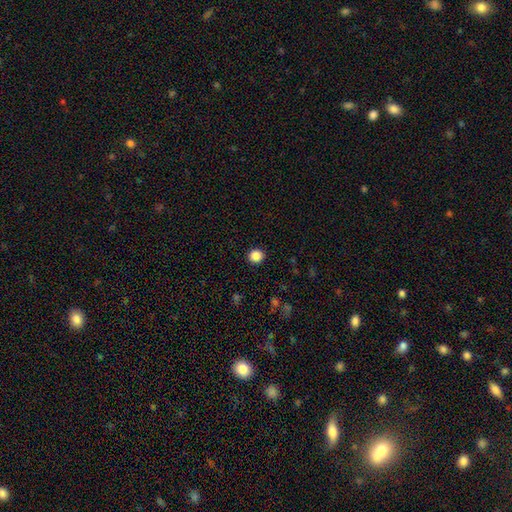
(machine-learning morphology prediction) This appears to be a smooth galaxy with no disk features (86%) that is round (92%). Merging: none (93%).